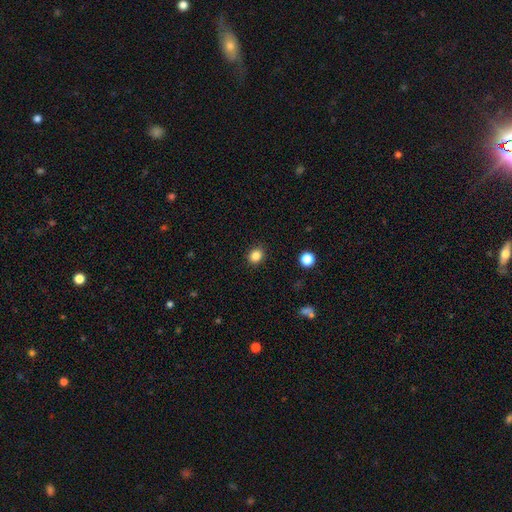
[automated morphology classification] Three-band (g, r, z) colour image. It shows a smooth galaxy with no disk features (85%) that is round (71%). Merging: none (89%).